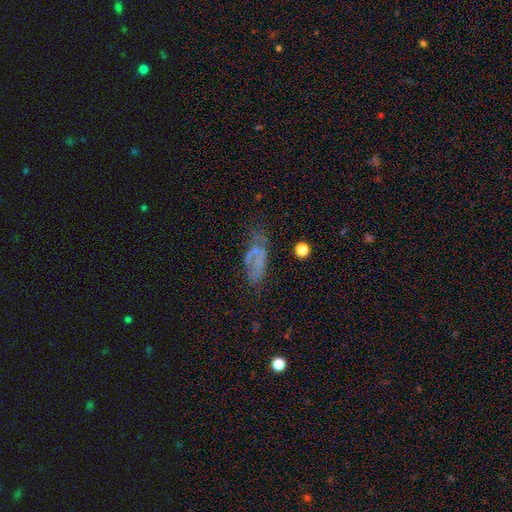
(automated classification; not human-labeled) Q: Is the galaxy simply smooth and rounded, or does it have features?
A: featured or disk — 43%.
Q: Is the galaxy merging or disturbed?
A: none — 54%.